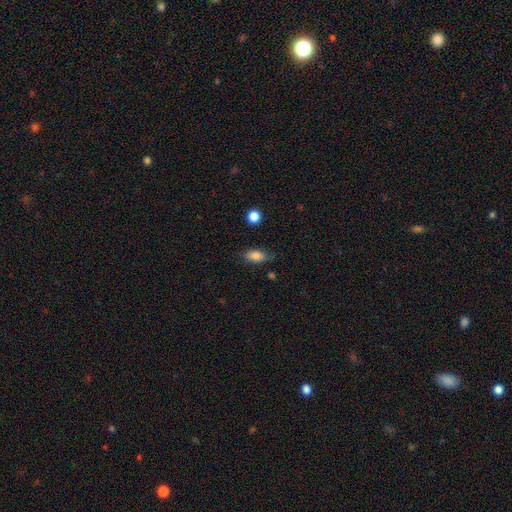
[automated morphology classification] The model was most divided on "merging": none: 69%, minor disturbance: 23%, major disturbance: 6%, merger: 2%. More confident: how rounded — in between (86%); smooth or featured — smooth (80%).